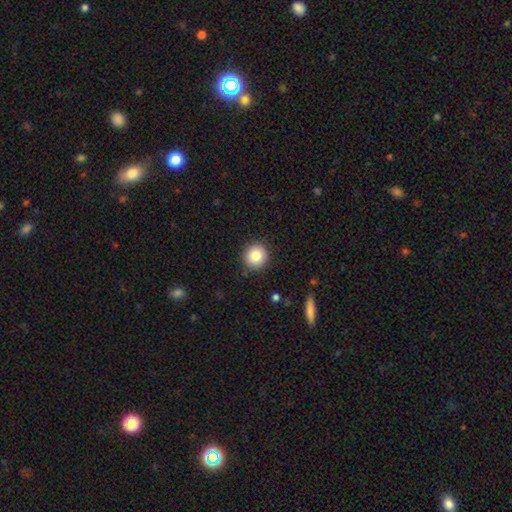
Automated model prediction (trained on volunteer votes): A smooth galaxy with no disk features (84%) that is round (91%). Merging: none (90%).